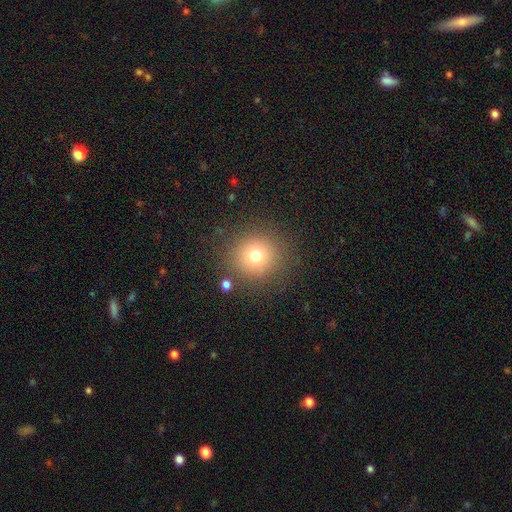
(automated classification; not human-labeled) smooth-or-featured: smooth: 74% | star or artifact: 15% | featured or disk: 10%
  how-rounded: round: 93% | in between: 6% | cigar-shaped: 1%
  merging: none: 86% | minor disturbance: 8% | major disturbance: 4% | merger: 2%